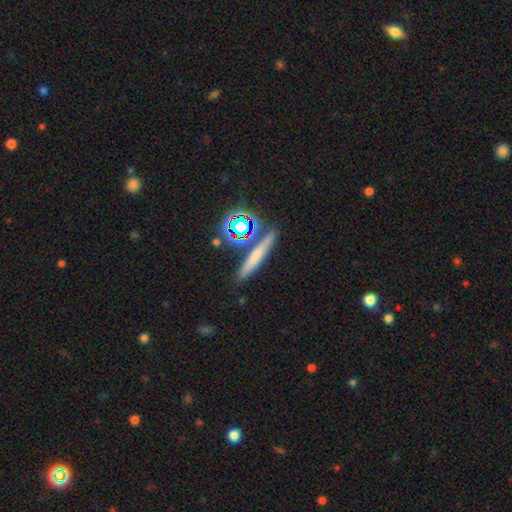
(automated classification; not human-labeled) Smooth or featured? smooth (58%)
How rounded? cigar-shaped (77%)
Merging? none (80%)